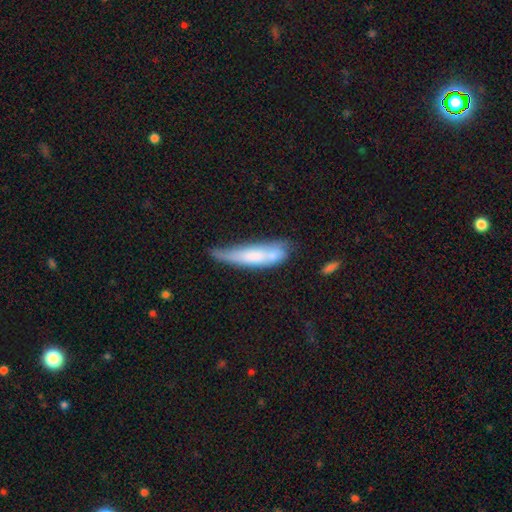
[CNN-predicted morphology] Smooth or featured? smooth (62%)
How rounded? cigar-shaped (77%)
Merging? none (35%)